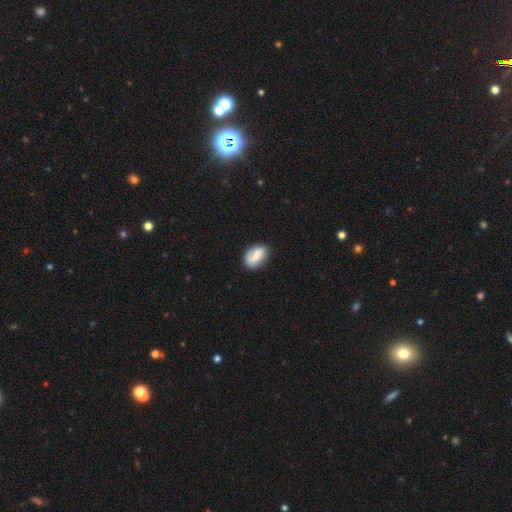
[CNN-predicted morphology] A smooth galaxy with no disk features (53%) that is in between round and cigar-shaped (84%). Merging: none (75%).